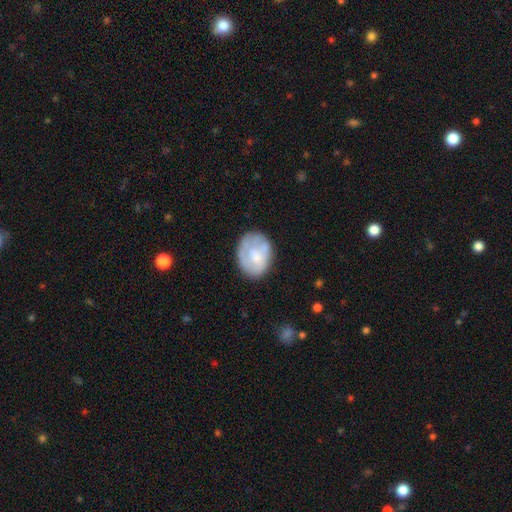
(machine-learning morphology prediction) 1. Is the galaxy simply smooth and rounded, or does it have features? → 52% smooth, 41% featured or disk, 7% star or artifact.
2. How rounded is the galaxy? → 56% in between, 43% round, 1% cigar-shaped.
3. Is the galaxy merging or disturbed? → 61% none, 25% minor disturbance, 12% major disturbance, 3% merger.